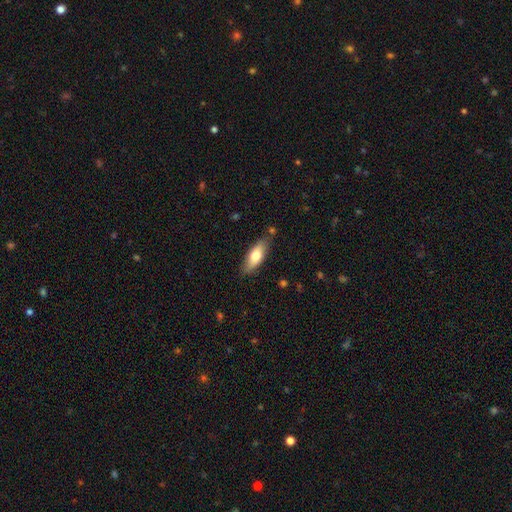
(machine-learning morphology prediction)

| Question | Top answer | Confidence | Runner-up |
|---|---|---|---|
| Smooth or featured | smooth | 71% | featured or disk (23%) |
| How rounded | in between | 69% | cigar-shaped (29%) |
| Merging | none | 80% | minor disturbance (14%) |